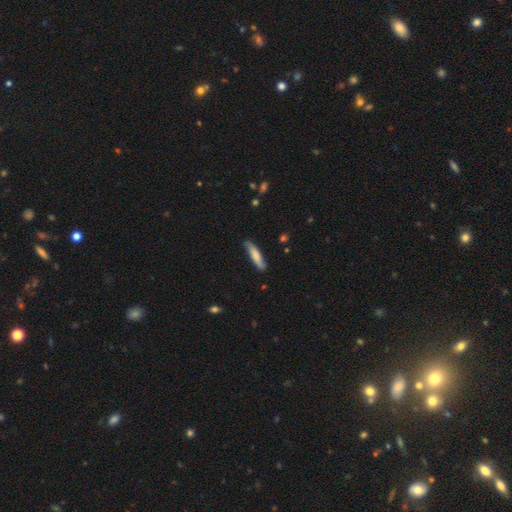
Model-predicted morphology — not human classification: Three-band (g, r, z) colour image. It shows a smooth galaxy with no disk features (71%) that is cigar-shaped (82%). Merging: none (79%).